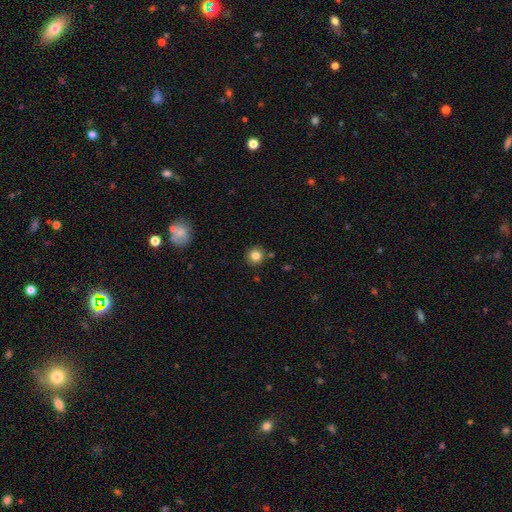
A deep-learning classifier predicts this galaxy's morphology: smooth-or-featured: smooth: 82% | star or artifact: 11% | featured or disk: 6%
  how-rounded: round: 92% | in between: 7% | cigar-shaped: 1%
  merging: none: 88% | minor disturbance: 7% | merger: 3% | major disturbance: 2%